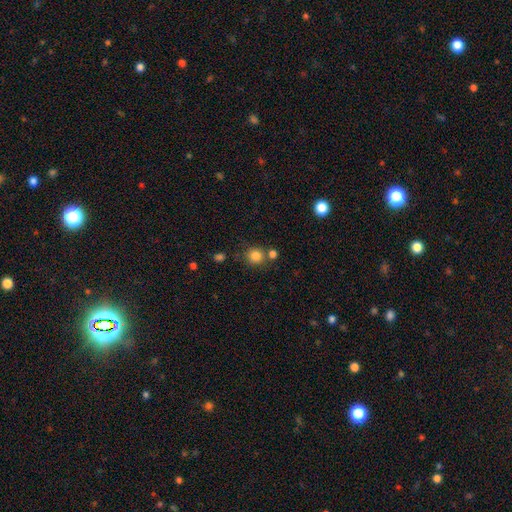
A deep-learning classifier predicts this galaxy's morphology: This is clearly a smooth galaxy (82%). How rounded: clearly round (87%). Merging: likely none (69%).